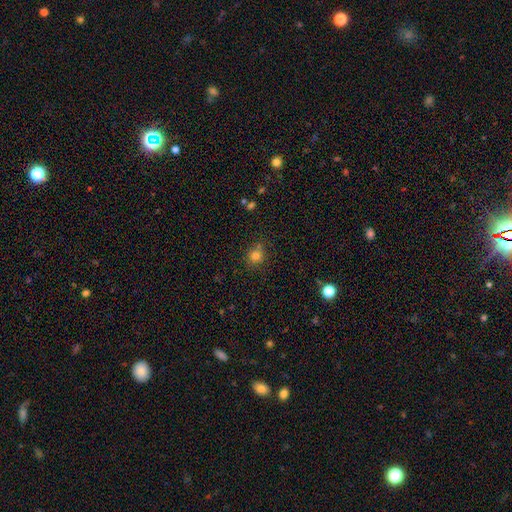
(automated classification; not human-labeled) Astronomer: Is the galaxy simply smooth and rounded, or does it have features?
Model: smooth — 79%.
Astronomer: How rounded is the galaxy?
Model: round — 84%.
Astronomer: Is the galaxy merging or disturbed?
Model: none — 77%.